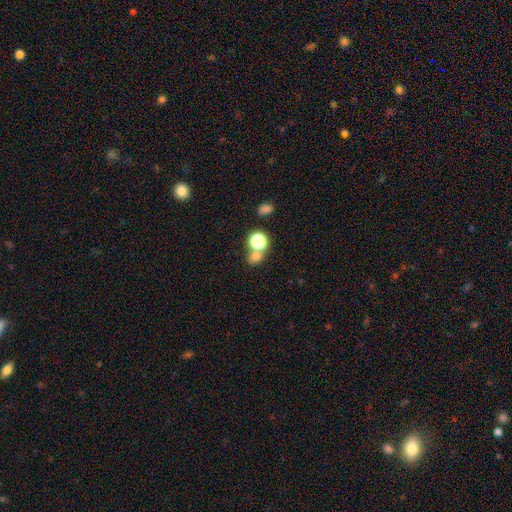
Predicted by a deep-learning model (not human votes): smooth 69%, star or artifact 23%, featured or disk 8%. Down the decision tree: how rounded — round (72%); merging — none (51%).